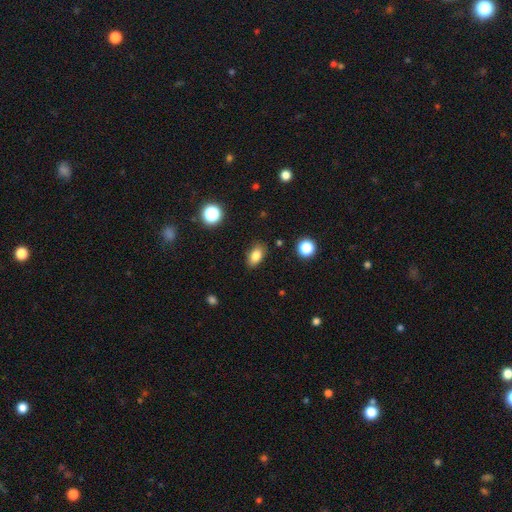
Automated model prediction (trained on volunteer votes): Q: Smooth or featured?
A: smooth (83%); runner-up: star or artifact (10%)
Q: How rounded?
A: in between (87%); runner-up: round (10%)
Q: Merging?
A: none (85%); runner-up: minor disturbance (11%)